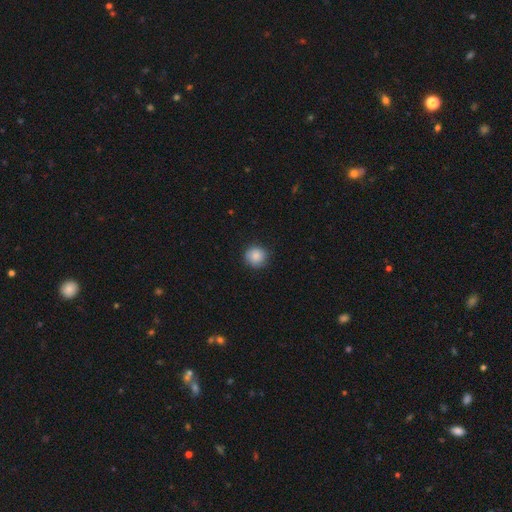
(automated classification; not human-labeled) Q: Smooth or featured?
A: smooth (87%); runner-up: star or artifact (8%)
Q: How rounded?
A: round (93%); runner-up: in between (6%)
Q: Merging?
A: none (88%); runner-up: minor disturbance (9%)